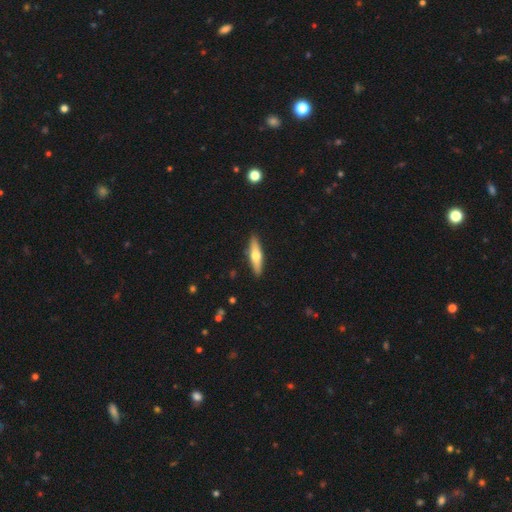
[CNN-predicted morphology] A smooth galaxy with no disk features (49%).

Vote fractions:
- Smooth or featured? smooth: 49% / featured or disk: 46% / star or artifact: 5%
- Merging? none: 90% / minor disturbance: 7% / major disturbance: 2% / merger: 1%